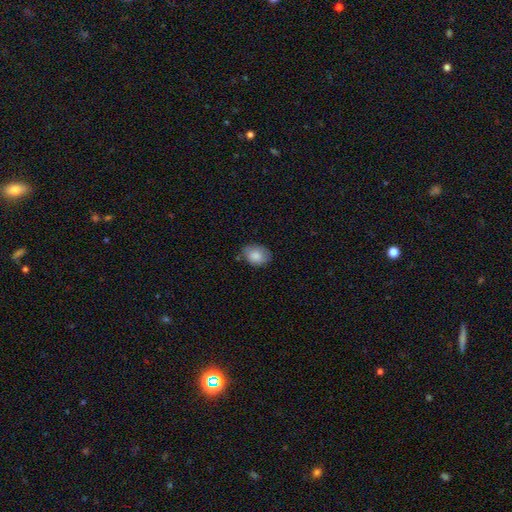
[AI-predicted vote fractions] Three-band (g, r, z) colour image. It shows a smooth galaxy with no disk features (85%) that is in between round and cigar-shaped (69%). Merging: none (73%).